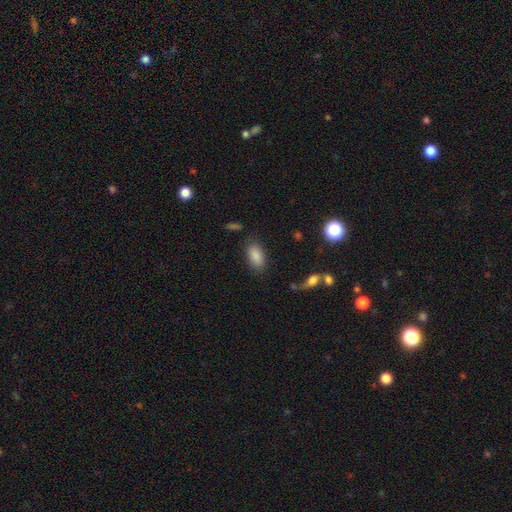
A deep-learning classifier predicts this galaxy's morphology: smooth-or-featured: smooth: 86% | star or artifact: 7% | featured or disk: 6%
  how-rounded: in between: 92% | cigar-shaped: 4% | round: 4%
  merging: none: 82% | minor disturbance: 12% | major disturbance: 4% | merger: 3%